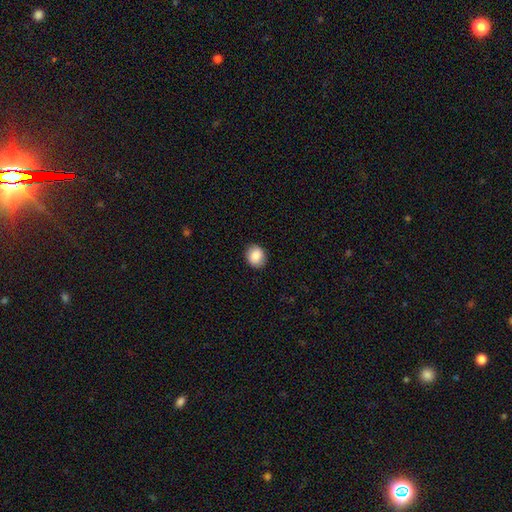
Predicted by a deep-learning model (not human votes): smooth 88%, star or artifact 8%, featured or disk 5%. Down the decision tree: how rounded — round (68%); merging — none (89%).